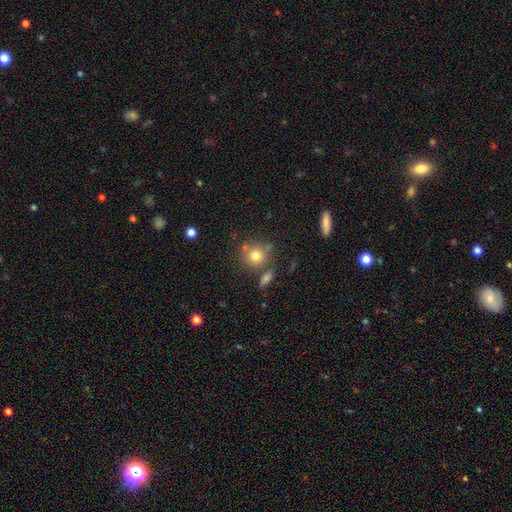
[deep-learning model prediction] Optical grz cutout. It shows a smooth galaxy with no disk features (78%) that is round (85%). Merging: none (67%).